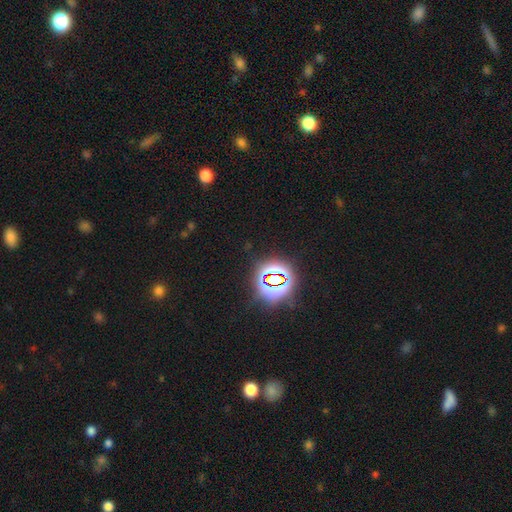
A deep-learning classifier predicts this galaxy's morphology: smooth-or-featured: star or artifact: 79% | smooth: 14% | featured or disk: 7%